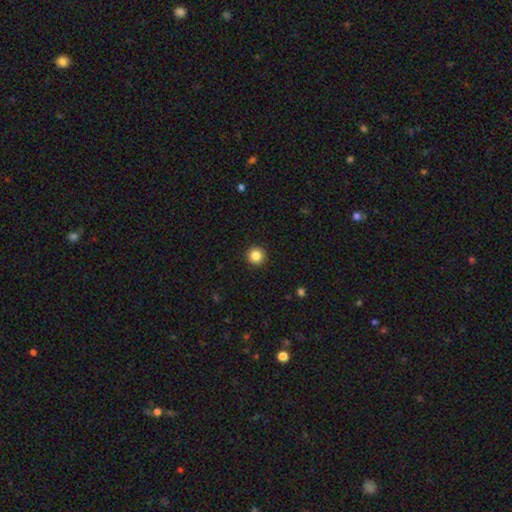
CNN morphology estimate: This appears to be a smooth galaxy with no disk features (85%) that is round (96%). Merging: none (93%).